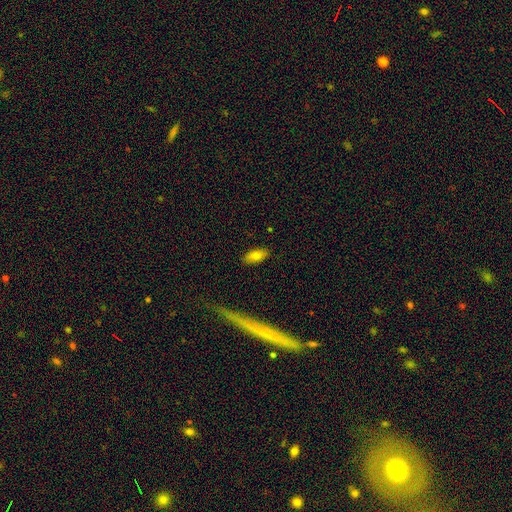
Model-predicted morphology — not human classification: A smooth galaxy with no disk features (76%) that is in between round and cigar-shaped (88%).

Vote fractions:
- Smooth or featured? smooth: 76% / featured or disk: 16% / star or artifact: 8%
- How rounded? in between: 88% / cigar-shaped: 8% / round: 3%
- Merging? none: 87% / minor disturbance: 10% / major disturbance: 2% / merger: 1%